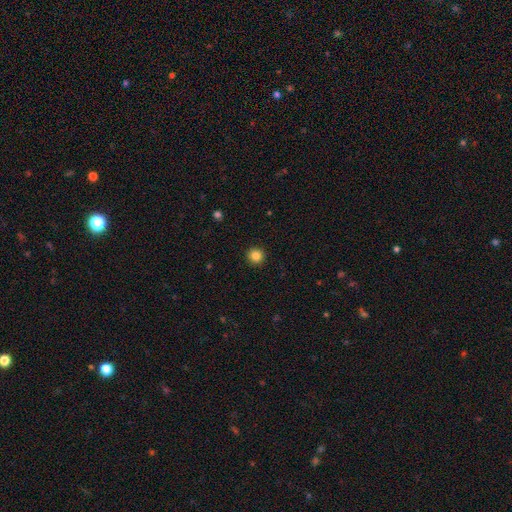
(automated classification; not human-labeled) Smooth or featured? Predicted: smooth (p=0.84). How rounded? Predicted: round (p=0.95). Merging? Predicted: none (p=0.93).